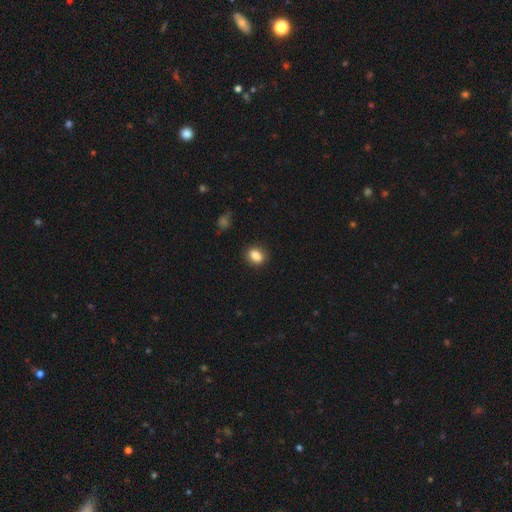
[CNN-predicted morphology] Overall: smooth (85%). How rounded: in between (65%; round 34%). Merging: none (85%).